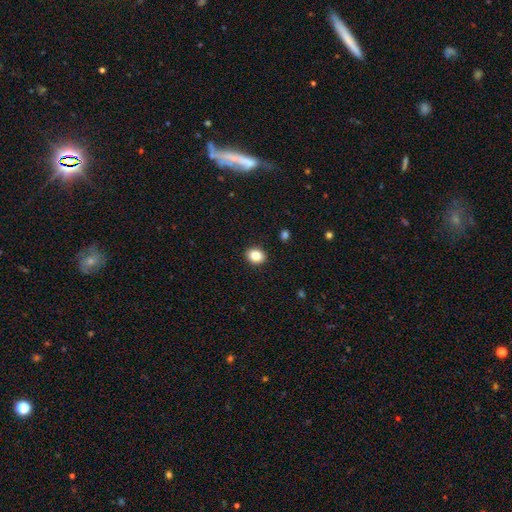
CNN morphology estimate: A smooth galaxy with no disk features (85%) that is round (53%). Merging: none (91%).